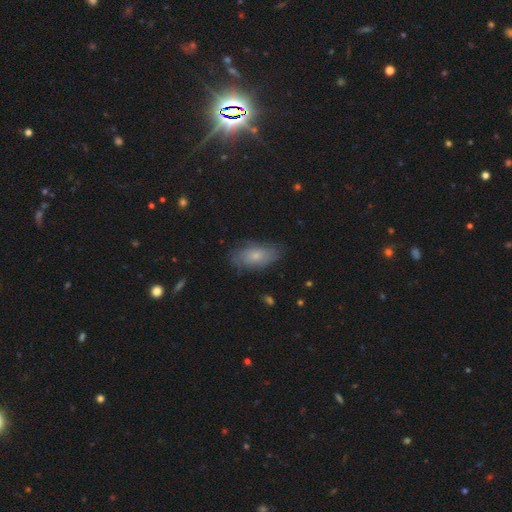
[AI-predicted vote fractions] Overall: smooth (58%; featured or disk 33%). How rounded: in between (89%). Merging: none (74%).